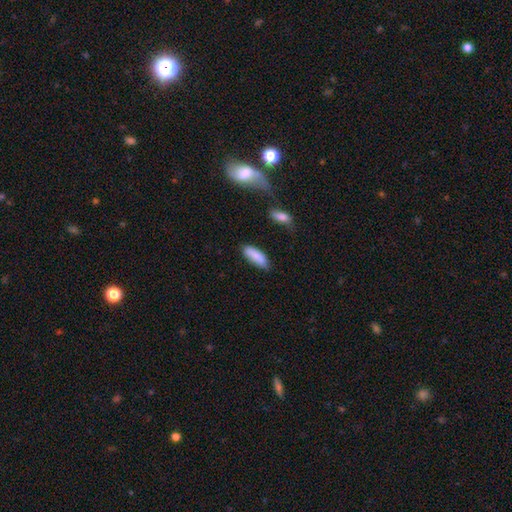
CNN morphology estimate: smooth-or-featured: smooth: 86% | featured or disk: 7% | star or artifact: 6%
  how-rounded: in between: 66% | cigar-shaped: 33% | round: 2%
  merging: none: 72% | minor disturbance: 21% | major disturbance: 4% | merger: 3%